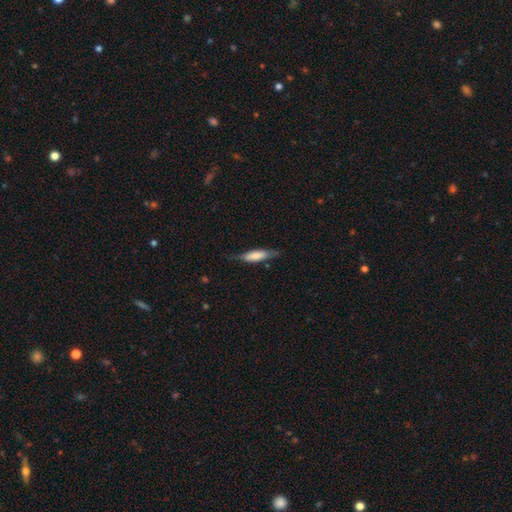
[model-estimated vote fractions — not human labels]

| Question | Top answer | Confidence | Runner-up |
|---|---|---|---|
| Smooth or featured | smooth | 65% | featured or disk (29%) |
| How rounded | cigar-shaped | 61% | in between (37%) |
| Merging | none | 69% | minor disturbance (23%) |